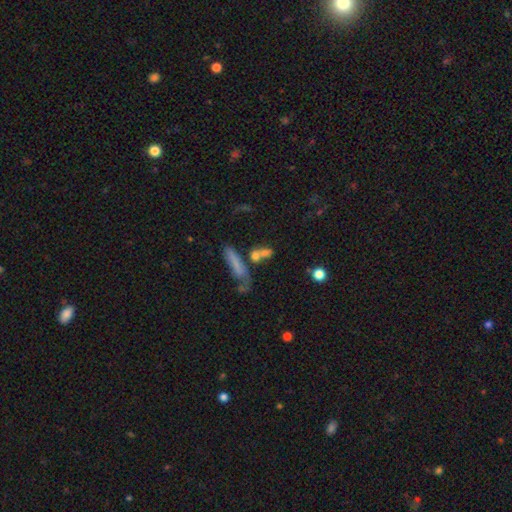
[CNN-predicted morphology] Q: Smooth or featured?
A: smooth (63%); runner-up: featured or disk (22%)
Q: How rounded?
A: in between (42%); runner-up: cigar-shaped (37%)
Q: Merging?
A: none (40%); runner-up: merger (35%)